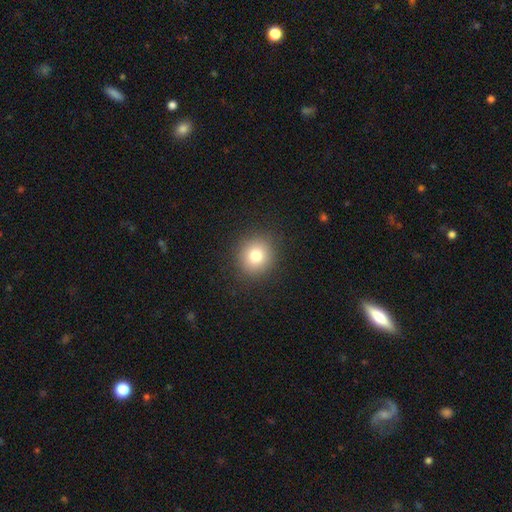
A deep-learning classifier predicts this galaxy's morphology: Smooth or featured? Predicted: smooth (p=0.79). How rounded? Predicted: round (p=0.88). Merging? Predicted: none (p=0.90).